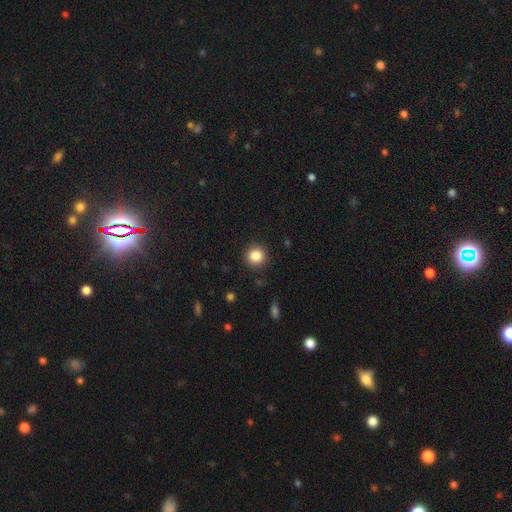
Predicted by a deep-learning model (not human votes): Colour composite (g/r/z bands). It shows a smooth galaxy with no disk features (85%) that is round (91%). Merging: none (90%).